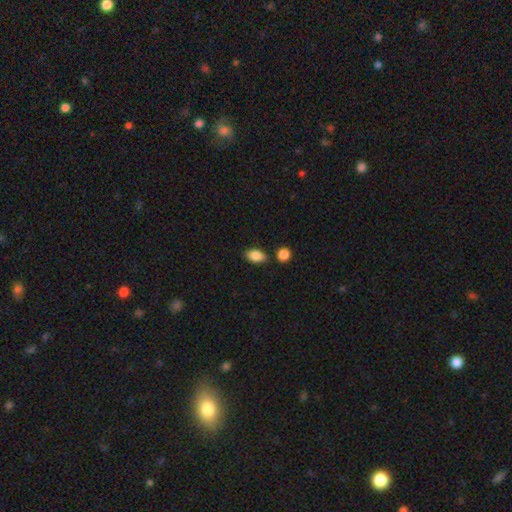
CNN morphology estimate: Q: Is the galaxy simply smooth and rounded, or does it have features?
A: smooth — 87%.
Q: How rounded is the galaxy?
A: in between — 89%.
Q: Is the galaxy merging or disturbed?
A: none — 81%.